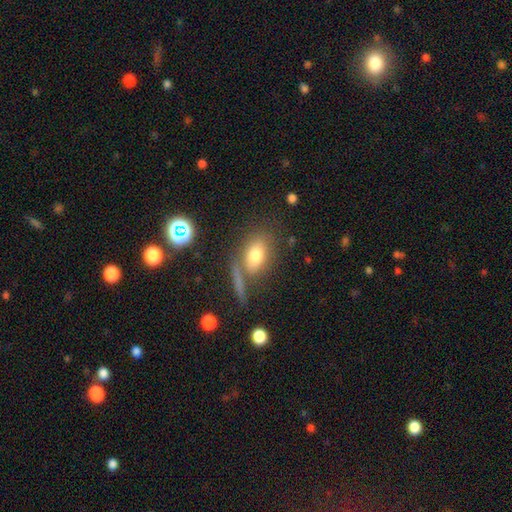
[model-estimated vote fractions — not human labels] Smooth or featured: smooth — 73% (featured or disk — 15%)
How rounded: in between — 78% (round — 17%)
Merging: none — 62% (merger — 16%)